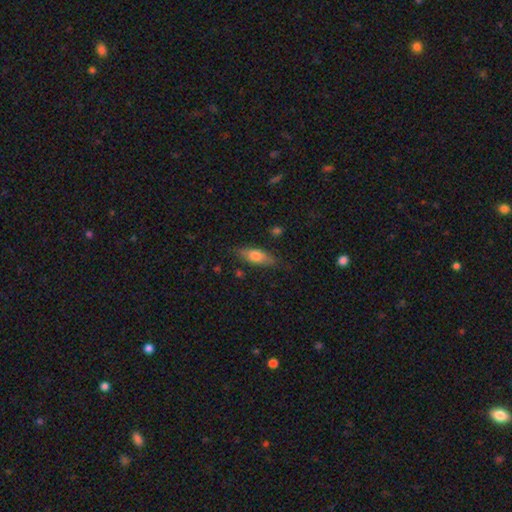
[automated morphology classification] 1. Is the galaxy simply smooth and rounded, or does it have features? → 67% smooth, 26% featured or disk, 7% star or artifact.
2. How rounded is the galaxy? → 60% in between, 37% cigar-shaped, 3% round.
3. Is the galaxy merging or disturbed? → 78% none, 16% minor disturbance, 4% major disturbance, 2% merger.